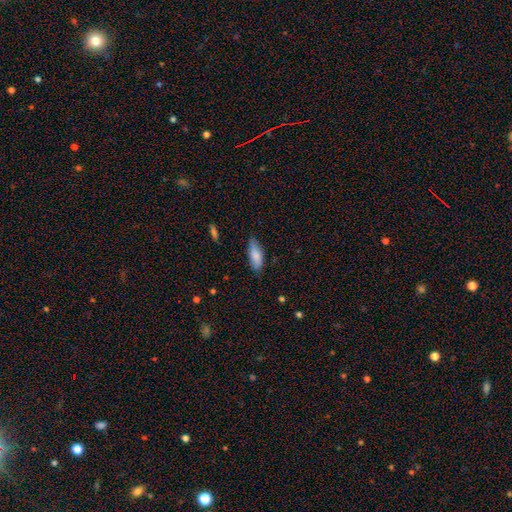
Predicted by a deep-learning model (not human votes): A smooth galaxy with no disk features (84%) that is in between round and cigar-shaped (70%). Merging: none (77%).